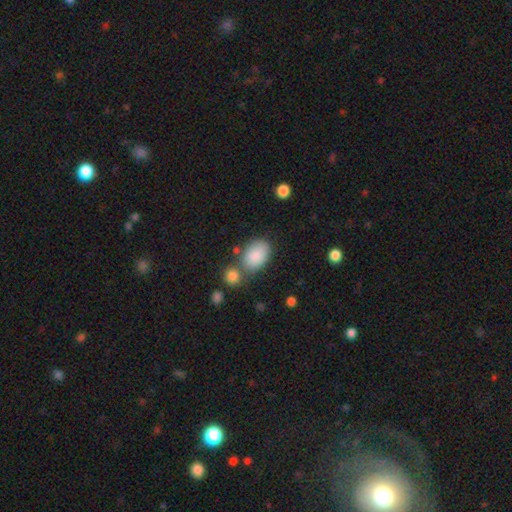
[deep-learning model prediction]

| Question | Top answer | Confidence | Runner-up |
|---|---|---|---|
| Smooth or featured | smooth | 86% | star or artifact (7%) |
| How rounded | in between | 87% | round (12%) |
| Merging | none | 59% | merger (18%) |